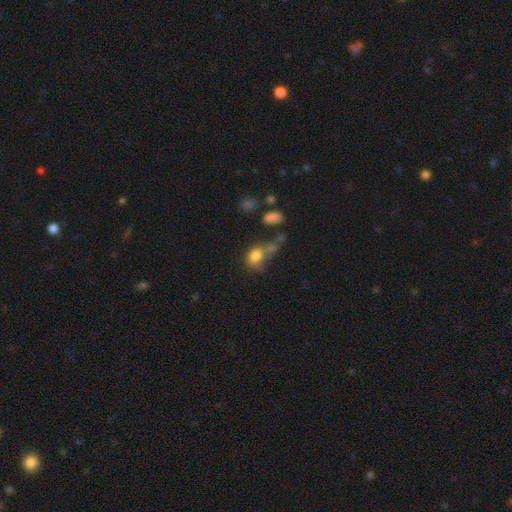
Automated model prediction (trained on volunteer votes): Q: Smooth or featured?
A: smooth (79%); runner-up: featured or disk (11%)
Q: How rounded?
A: in between (60%); runner-up: round (39%)
Q: Merging?
A: none (38%); runner-up: merger (26%)